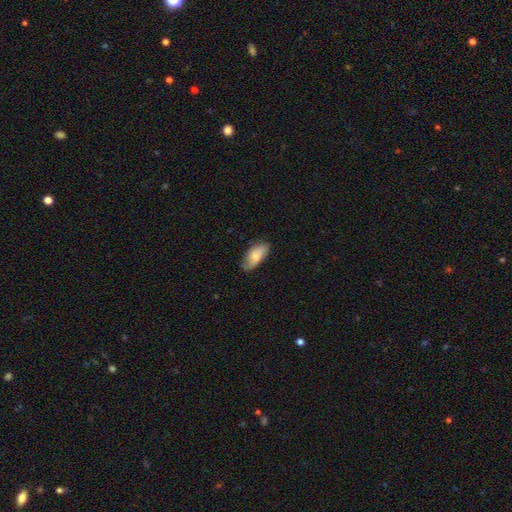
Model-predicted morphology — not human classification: Q: Smooth or featured?
A: smooth (69%); runner-up: featured or disk (25%)
Q: How rounded?
A: in between (88%); runner-up: cigar-shaped (10%)
Q: Merging?
A: none (73%); runner-up: minor disturbance (22%)